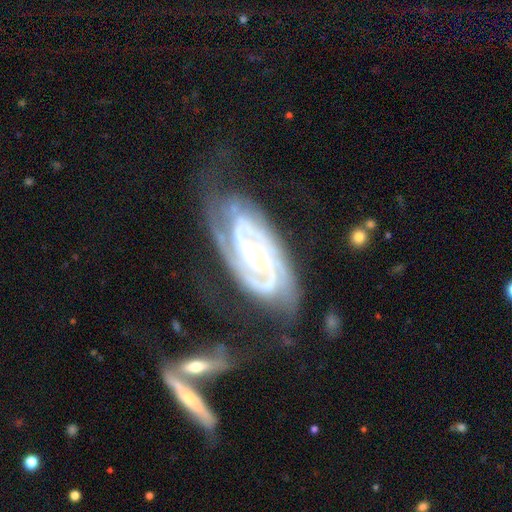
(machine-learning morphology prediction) The model was most divided on "bar": no: 46%, weak: 33%, strong: 21%. More confident: spiral arms — yes (98%); edge-on disk — no (95%); smooth or featured — featured or disk (91%); bulge size — small (64%); spiral winding — tight (63%); spiral arm count — 2 (54%); merging — none (53%).